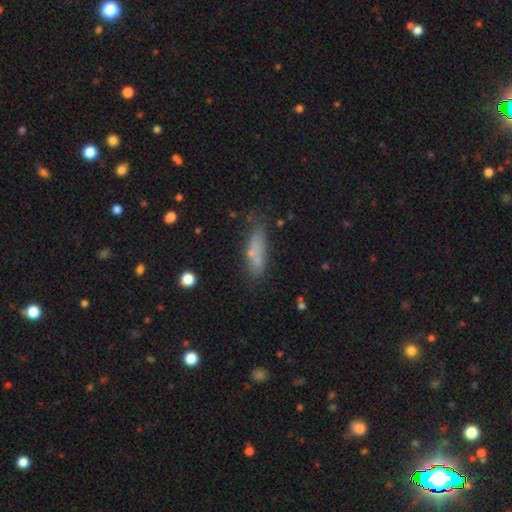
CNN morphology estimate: Smooth or featured? smooth (68%)
How rounded? cigar-shaped (55%)
Merging? none (60%)